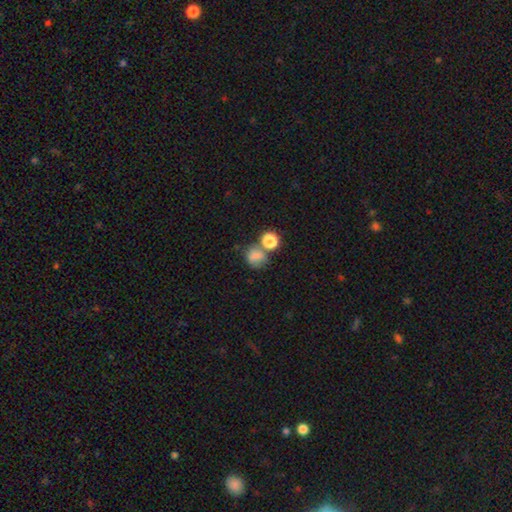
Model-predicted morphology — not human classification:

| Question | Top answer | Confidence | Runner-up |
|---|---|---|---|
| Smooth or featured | smooth | 77% | star or artifact (13%) |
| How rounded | round | 66% | in between (33%) |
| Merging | none | 43% | merger (34%) |